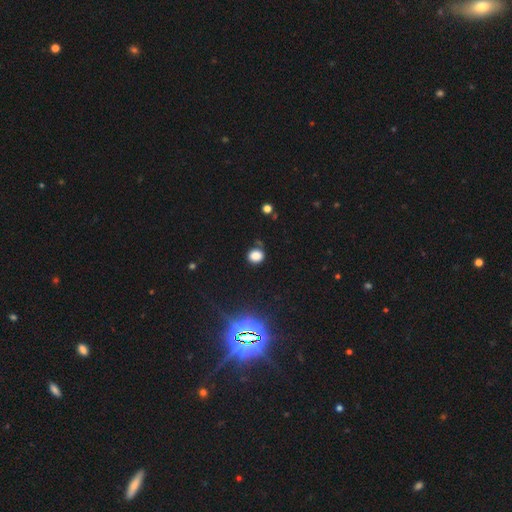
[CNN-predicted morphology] The model was most divided on "how rounded": round: 70%, in between: 29%, cigar-shaped: 1%. More confident: merging — none (80%); smooth or featured — smooth (80%).